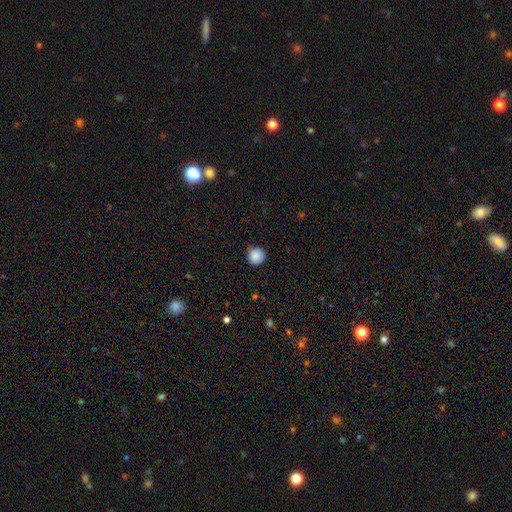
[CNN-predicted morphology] The model was most divided on "smooth or featured": smooth: 88%, star or artifact: 9%, featured or disk: 3%. More confident: how rounded — round (94%); merging — none (89%).